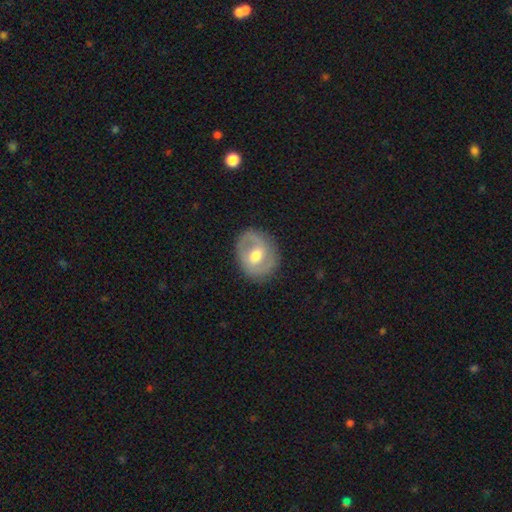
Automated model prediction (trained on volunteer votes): This is likely a featured or disk galaxy (62%). It is clearly not viewed edge-on (96%). Bar: marginally weak (45%). Spiral arm pattern: likely yes (65%). Central bulge: likely moderate (76%). Merging: likely none (80%).